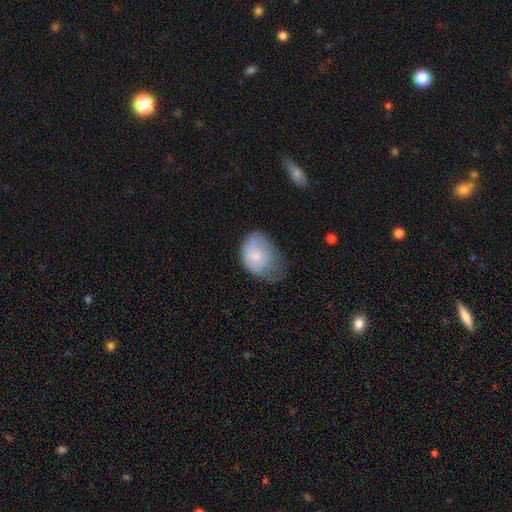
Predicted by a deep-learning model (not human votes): This appears to be a smooth galaxy with no disk features (64%) that is in between round and cigar-shaped (75%). Merging: minor disturbance (41%).